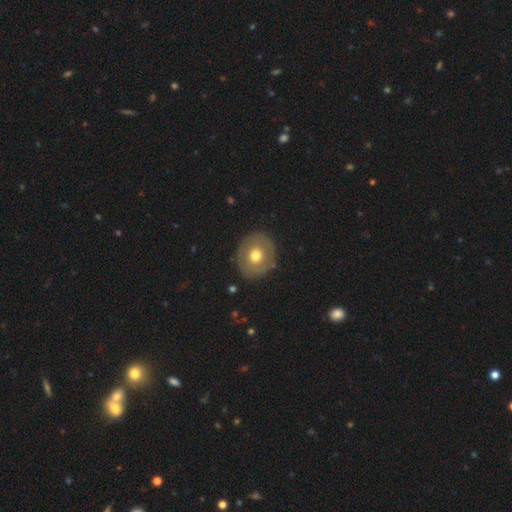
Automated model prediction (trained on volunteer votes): This appears to be a smooth galaxy with no disk features (57%) that is round (82%). Merging: none (85%).